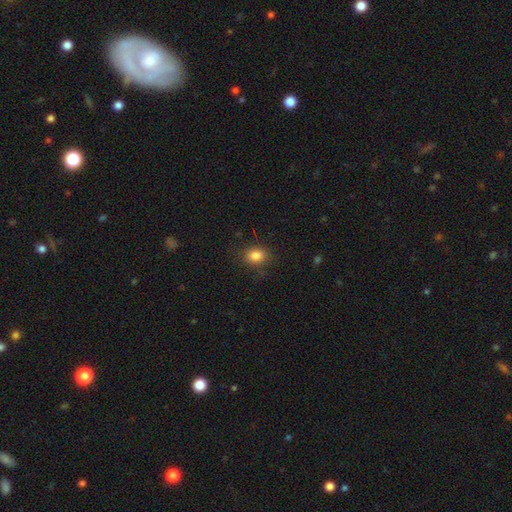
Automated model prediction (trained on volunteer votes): Overall: smooth (83%). How rounded: in between (55%; round 44%). Merging: none (84%).